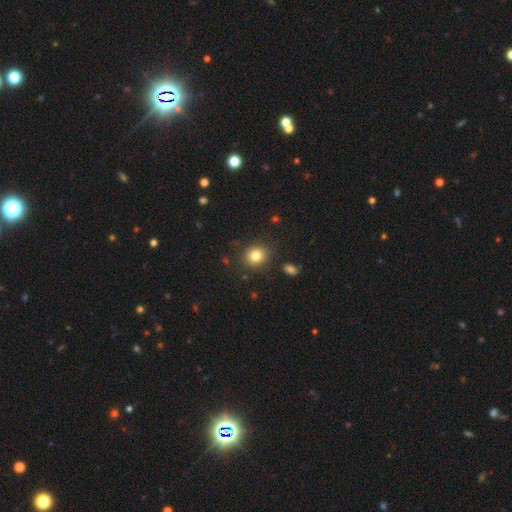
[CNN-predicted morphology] Q: Smooth or featured?
A: smooth (81%); runner-up: star or artifact (11%)
Q: How rounded?
A: round (81%); runner-up: in between (18%)
Q: Merging?
A: none (88%); runner-up: minor disturbance (8%)